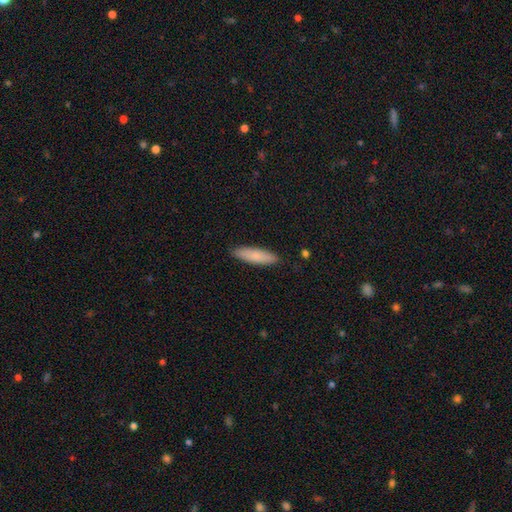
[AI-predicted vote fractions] smooth-or-featured: smooth: 81% | featured or disk: 13% | star or artifact: 6%
  how-rounded: cigar-shaped: 68% | in between: 30% | round: 2%
  merging: none: 89% | minor disturbance: 8% | major disturbance: 2% | merger: 1%